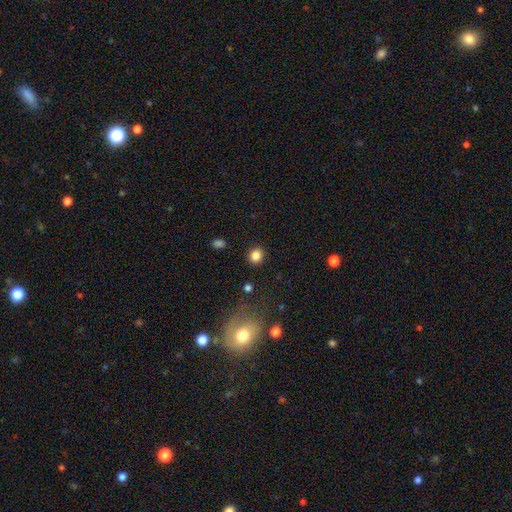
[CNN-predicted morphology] A smooth galaxy with no disk features (84%) that is round (75%). Merging: none (89%).